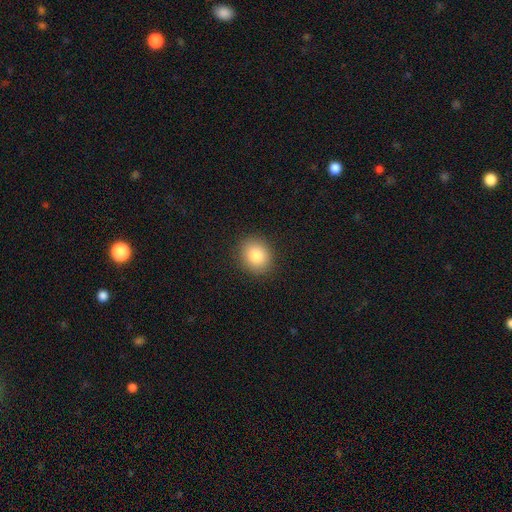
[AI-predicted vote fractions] Q: Smooth or featured?
A: smooth (83%); runner-up: star or artifact (10%)
Q: How rounded?
A: round (74%); runner-up: in between (25%)
Q: Merging?
A: none (90%); runner-up: minor disturbance (7%)